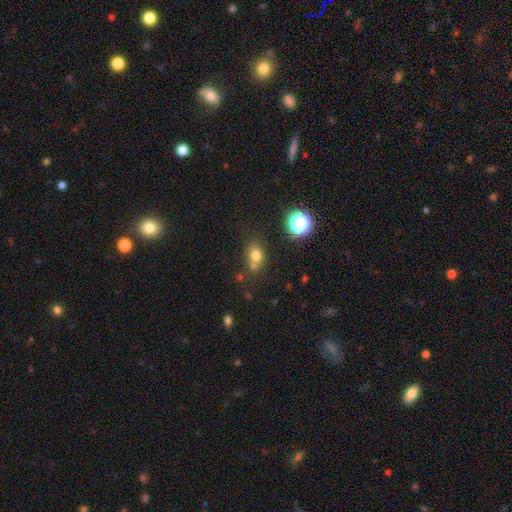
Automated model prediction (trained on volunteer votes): This is likely a smooth galaxy (73%). How rounded: possibly in between (50%). Merging: possibly none (53%).